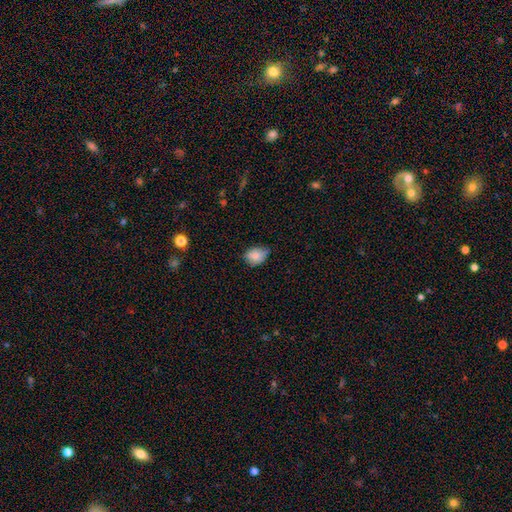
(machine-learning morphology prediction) Q: Smooth or featured?
A: smooth (84%); runner-up: star or artifact (8%)
Q: How rounded?
A: in between (64%); runner-up: round (35%)
Q: Merging?
A: none (54%); runner-up: minor disturbance (38%)